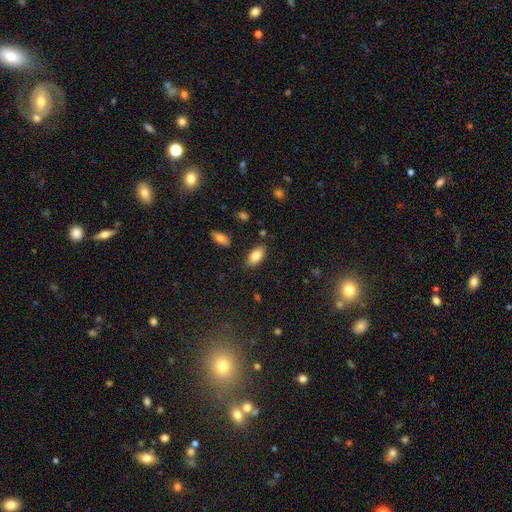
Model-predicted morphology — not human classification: type=smooth (84%); roundness=in between (92%); merging=none (85%).